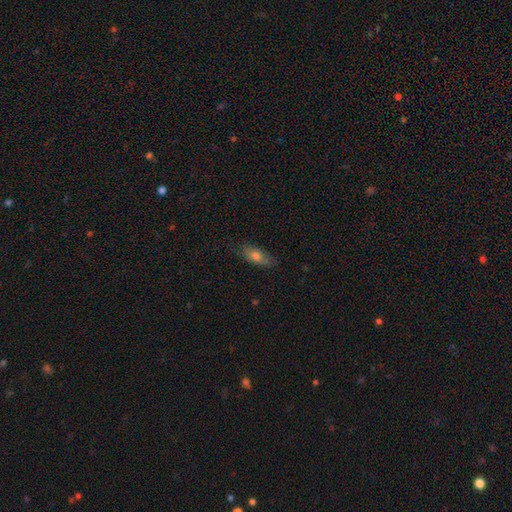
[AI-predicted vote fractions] Smooth or featured?
  - smooth: 66% *
  - featured or disk: 24%
  - star or artifact: 10%
How rounded?
  - in between: 67% *
  - cigar-shaped: 28%
  - round: 5%
Merging?
  - none: 77% *
  - minor disturbance: 18%
  - major disturbance: 4%
  - merger: 1%